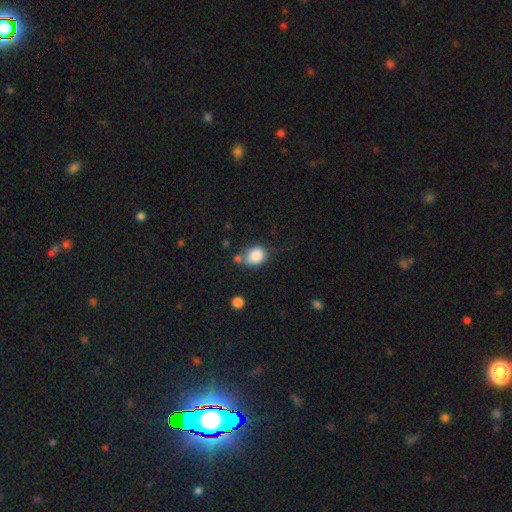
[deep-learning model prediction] Smooth or featured? smooth (85%)
How rounded? round (56%)
Merging? none (52%)